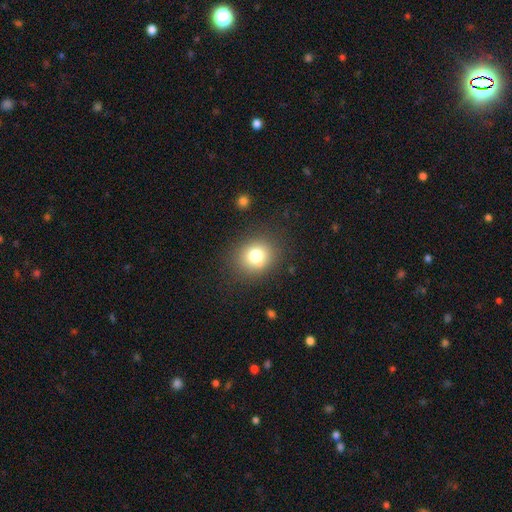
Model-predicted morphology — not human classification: A smooth galaxy with no disk features (77%) that is round (76%).

Vote fractions:
- Smooth or featured? smooth: 77% / star or artifact: 13% / featured or disk: 10%
- How rounded? round: 76% / in between: 23% / cigar-shaped: 1%
- Merging? none: 85% / minor disturbance: 9% / major disturbance: 4% / merger: 2%